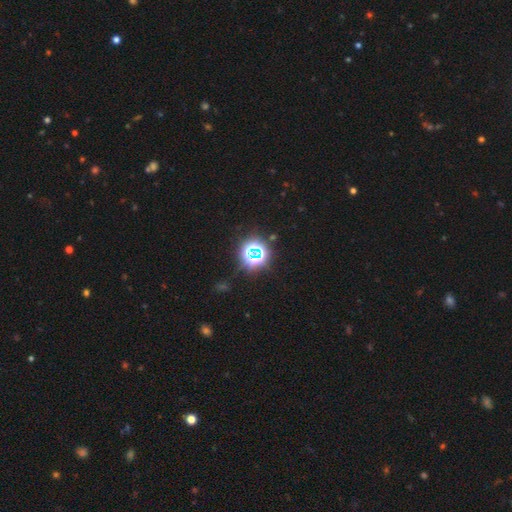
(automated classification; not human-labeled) This is likely a star or artifact rather than a galaxy (73%).